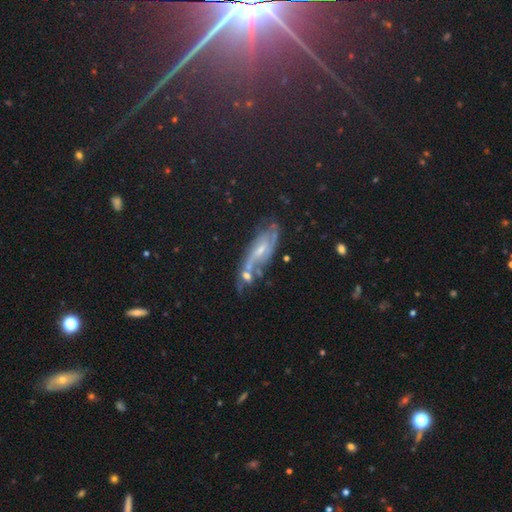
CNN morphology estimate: featured or disk 53%, star or artifact 27%, smooth 20%. Down the decision tree: edge-on disk — no (71%); merging — none (59%).